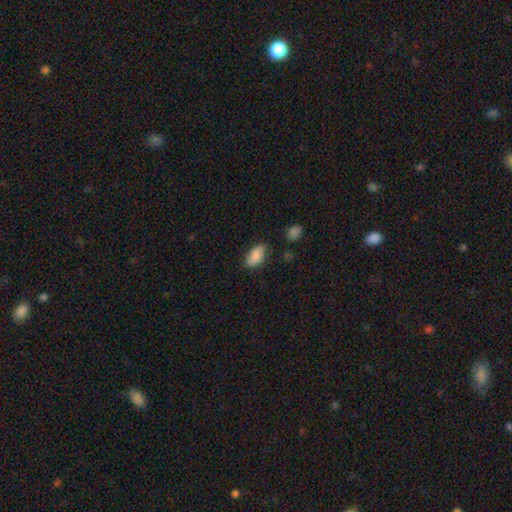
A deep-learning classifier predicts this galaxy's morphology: Smooth or featured: smooth — 83% (featured or disk — 10%)
How rounded: in between — 93% (round — 4%)
Merging: none — 67% (minor disturbance — 24%)